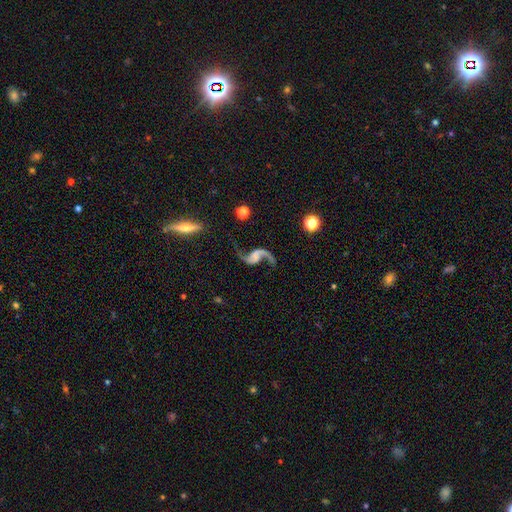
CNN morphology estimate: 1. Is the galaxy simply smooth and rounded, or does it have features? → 90% featured or disk, 6% star or artifact, 4% smooth.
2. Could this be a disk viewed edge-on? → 98% no, 2% yes.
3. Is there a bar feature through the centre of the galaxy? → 54% no, 33% weak, 13% strong.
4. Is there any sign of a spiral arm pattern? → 97% yes, 3% no.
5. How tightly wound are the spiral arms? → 90% loose, 8% medium, 2% tight.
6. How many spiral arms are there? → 93% 2, 3% 1, 1% can't tell, 1% 3, 1% 4, 1% more than 4.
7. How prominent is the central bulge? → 57% none, 23% small, 12% moderate, 6% large, 3% dominant.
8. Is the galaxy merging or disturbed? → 70% none, 14% minor disturbance, 12% major disturbance, 4% merger.